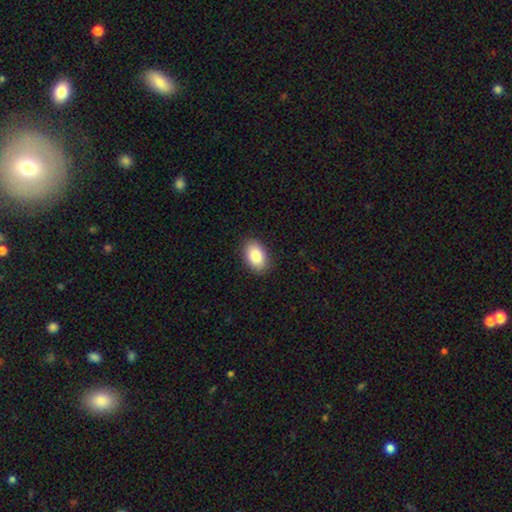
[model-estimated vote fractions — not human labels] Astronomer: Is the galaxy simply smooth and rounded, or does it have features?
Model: smooth — 86%.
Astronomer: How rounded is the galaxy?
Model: in between — 89%.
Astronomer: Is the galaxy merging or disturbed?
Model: none — 88%.